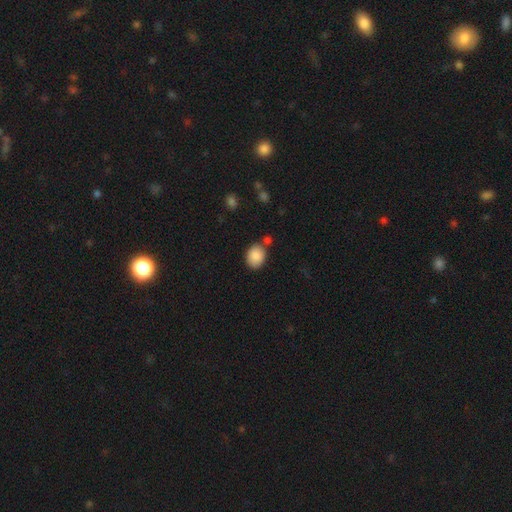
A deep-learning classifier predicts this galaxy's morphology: This appears to be a smooth galaxy with no disk features (88%) that is in between round and cigar-shaped (64%). Merging: none (73%).